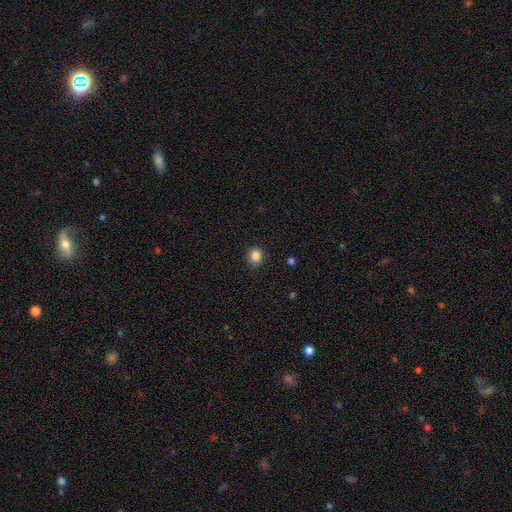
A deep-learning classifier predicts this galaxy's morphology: The model was most divided on "how rounded": round: 71%, in between: 28%, cigar-shaped: 1%. More confident: merging — none (88%); smooth or featured — smooth (85%).